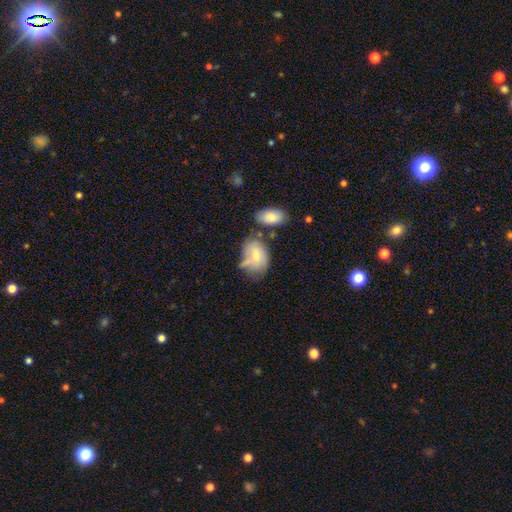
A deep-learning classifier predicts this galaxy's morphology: smooth-or-featured: smooth: 67% | featured or disk: 25% | star or artifact: 8%
  how-rounded: in between: 77% | round: 22% | cigar-shaped: 1%
  merging: none: 39% | minor disturbance: 29% | merger: 19% | major disturbance: 13%